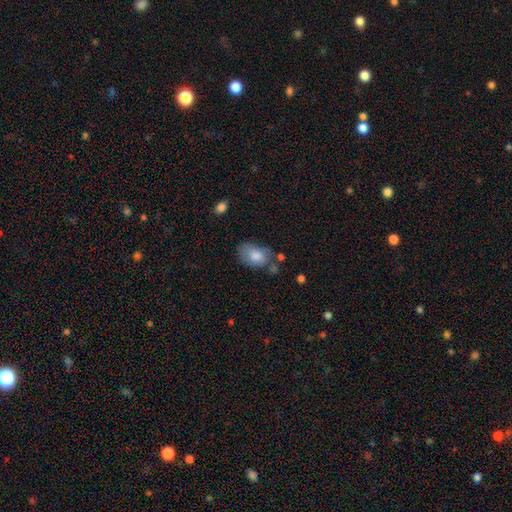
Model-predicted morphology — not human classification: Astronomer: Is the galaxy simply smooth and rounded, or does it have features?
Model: smooth — 79%.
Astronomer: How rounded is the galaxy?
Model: in between — 86%.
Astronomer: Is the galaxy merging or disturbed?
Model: none — 47% (runner-up: minor disturbance, 32%).